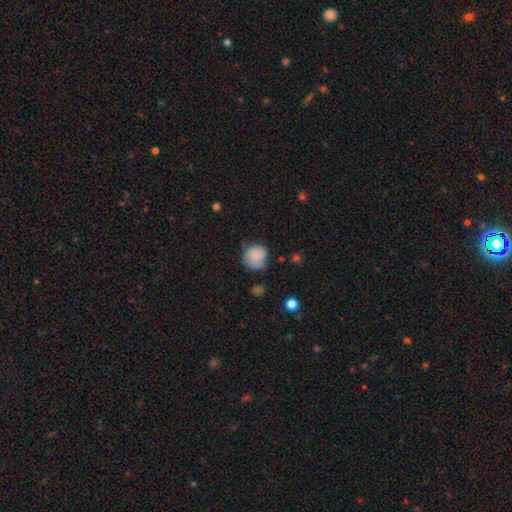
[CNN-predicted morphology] smooth 81%, featured or disk 10%, star or artifact 9%. Down the decision tree: how rounded — round (83%); merging — none (58%).